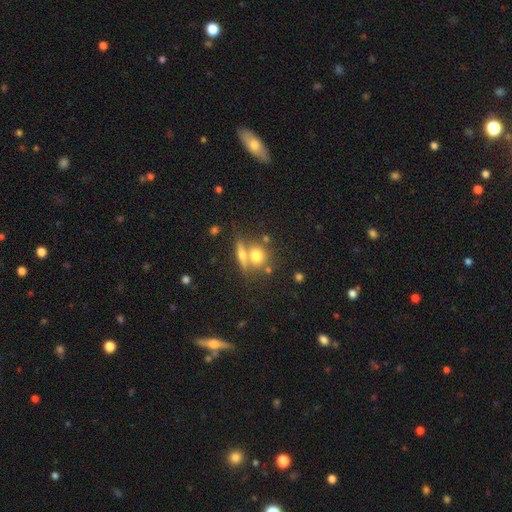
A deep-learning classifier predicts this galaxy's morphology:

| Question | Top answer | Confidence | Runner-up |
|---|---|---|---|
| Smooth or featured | smooth | 69% | featured or disk (20%) |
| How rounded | round | 70% | in between (25%) |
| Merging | none | 48% | merger (38%) |